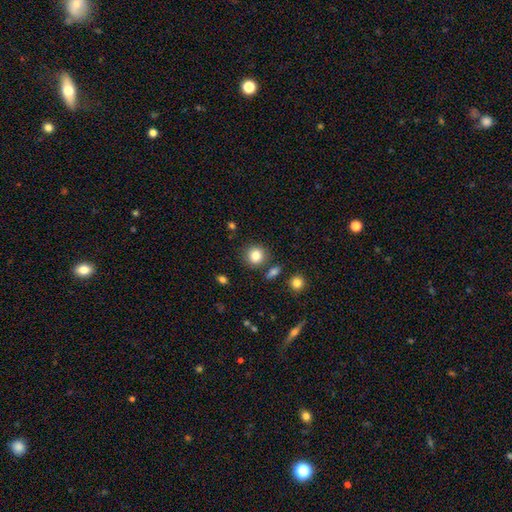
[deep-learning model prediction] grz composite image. It shows a smooth galaxy with no disk features (84%) that is round (88%). Merging: none (82%).